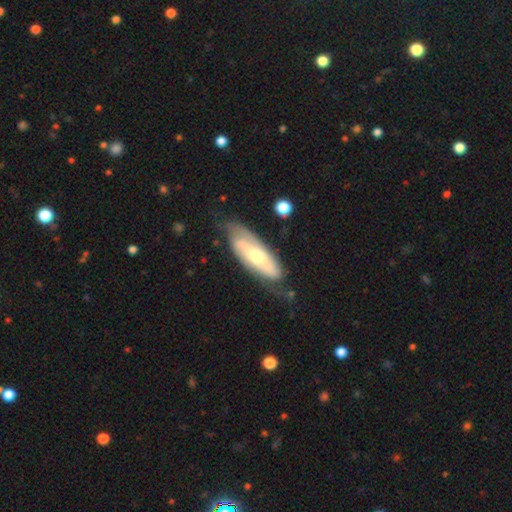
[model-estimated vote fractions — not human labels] This is likely a featured or disk galaxy (67%). It is clearly not viewed edge-on (83%). Bar: possibly no (55%). Spiral arm pattern: clearly yes (83%). Central bulge: possibly moderate (57%). Merging: likely none (66%).